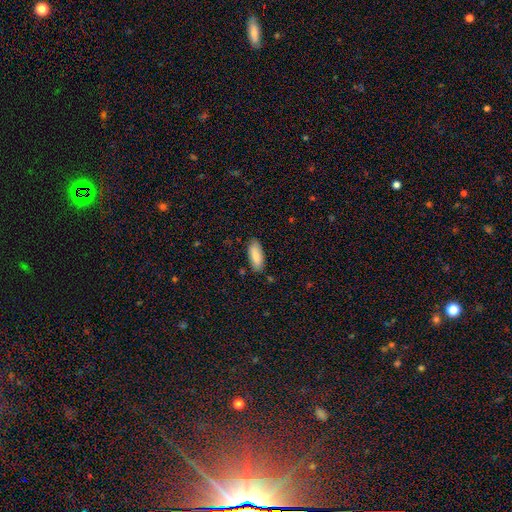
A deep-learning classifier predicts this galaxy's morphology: smooth 84%, featured or disk 9%, star or artifact 6%. Down the decision tree: how rounded — in between (78%); merging — none (84%).